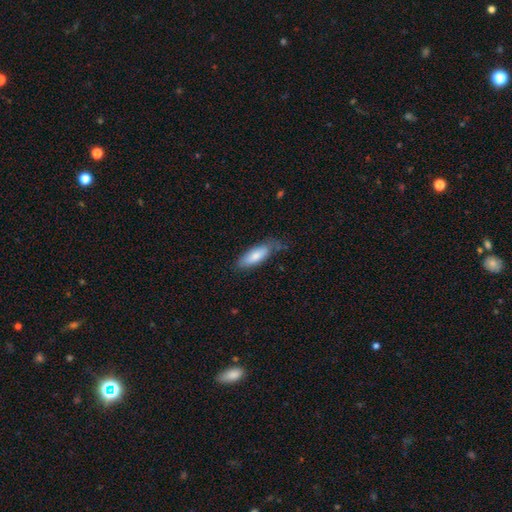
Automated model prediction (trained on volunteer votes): Smooth or featured? Predicted: smooth (p=0.79). How rounded? Predicted: in between (p=0.62). Merging? Predicted: none (p=0.65).